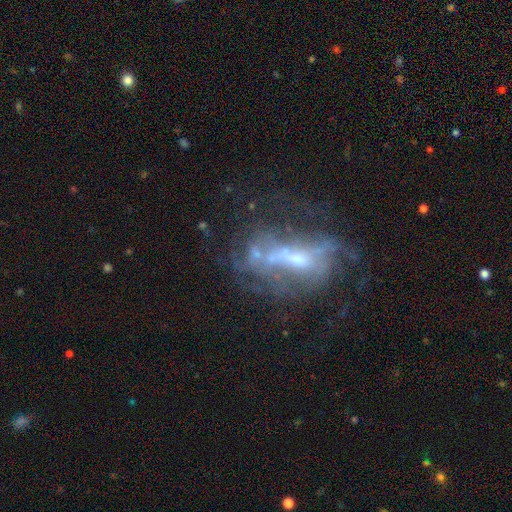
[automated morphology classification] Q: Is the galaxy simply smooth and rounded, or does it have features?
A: featured or disk — 67%.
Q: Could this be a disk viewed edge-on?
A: no — 88%.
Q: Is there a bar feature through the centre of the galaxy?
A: no — 51%.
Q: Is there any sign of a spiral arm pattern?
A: no — 68%.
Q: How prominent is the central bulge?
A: small — 40%.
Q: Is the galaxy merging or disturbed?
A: none — 35%.